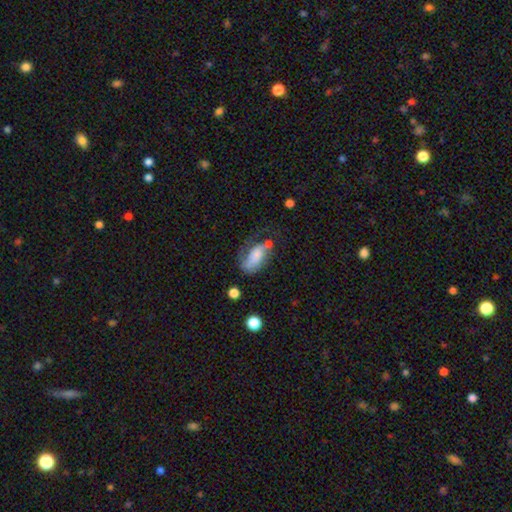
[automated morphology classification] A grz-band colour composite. It shows a smooth galaxy with no disk features (66%) that is in between round and cigar-shaped (89%). Merging: none (33%).